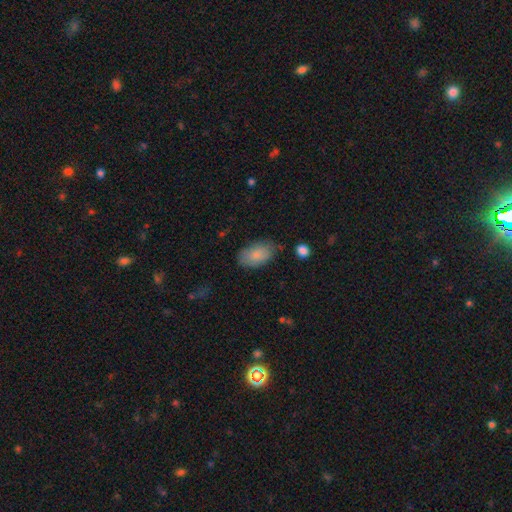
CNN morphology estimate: A smooth galaxy with no disk features (85%) that is in between round and cigar-shaped (93%).

Vote fractions:
- Smooth or featured? smooth: 85% / featured or disk: 9% / star or artifact: 6%
- How rounded? in between: 93% / round: 5% / cigar-shaped: 2%
- Merging? none: 73% / minor disturbance: 19% / major disturbance: 5% / merger: 3%